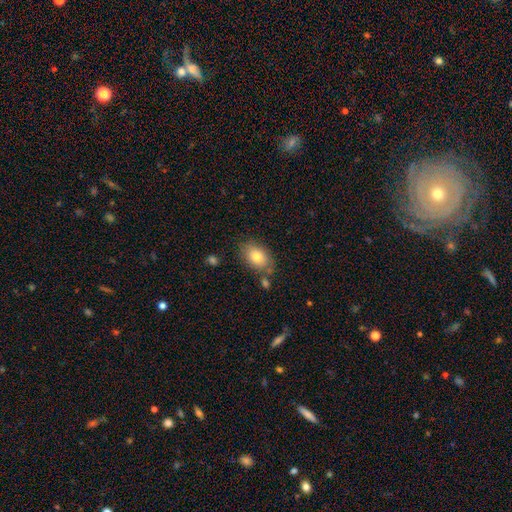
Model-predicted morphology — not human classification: smooth 79%, featured or disk 13%, star or artifact 8%. Down the decision tree: how rounded — in between (84%); merging — none (75%).